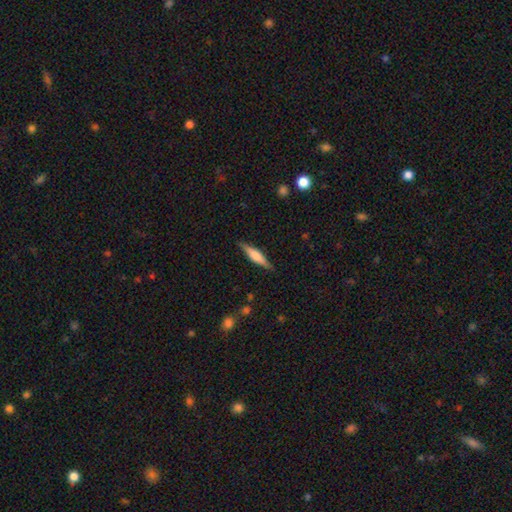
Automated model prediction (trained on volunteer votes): This is possibly a smooth galaxy (55%). How rounded: likely cigar-shaped (79%). Merging: clearly none (87%).